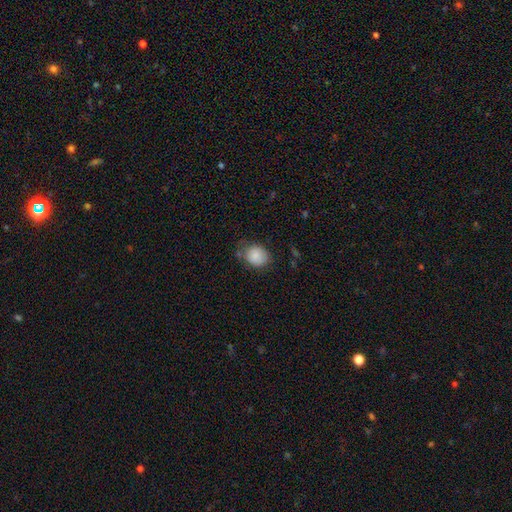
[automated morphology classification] type=smooth (86%); roundness=round (59%); merging=none (64%).